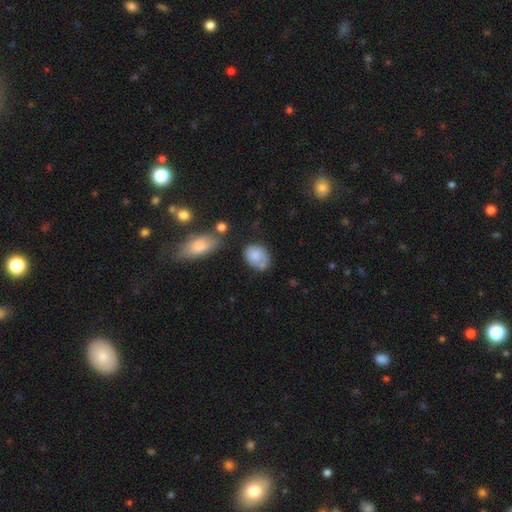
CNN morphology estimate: This is likely a smooth galaxy (76%). How rounded: likely in between (68%). Merging: possibly none (51%).